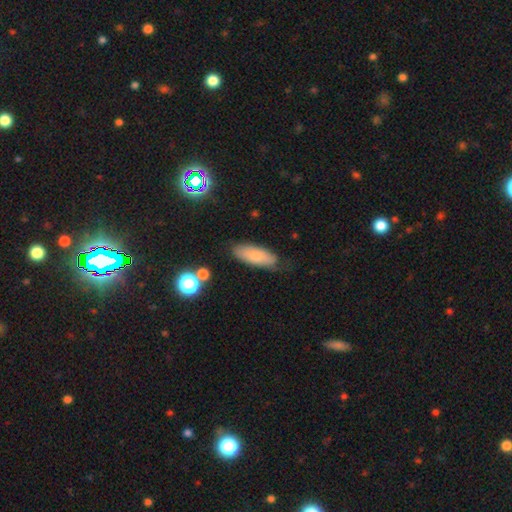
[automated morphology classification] Smooth or featured: smooth — 75% (featured or disk — 17%)
How rounded: in between — 69% (cigar-shaped — 29%)
Merging: none — 76% (minor disturbance — 17%)